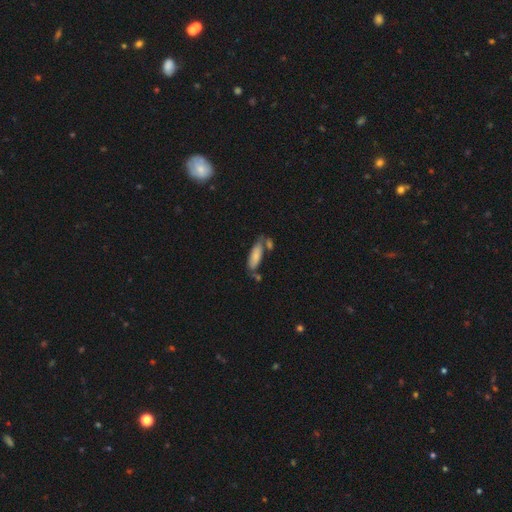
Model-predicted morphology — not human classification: This is likely a smooth galaxy (79%). How rounded: likely in between (64%). Merging: possibly none (54%).